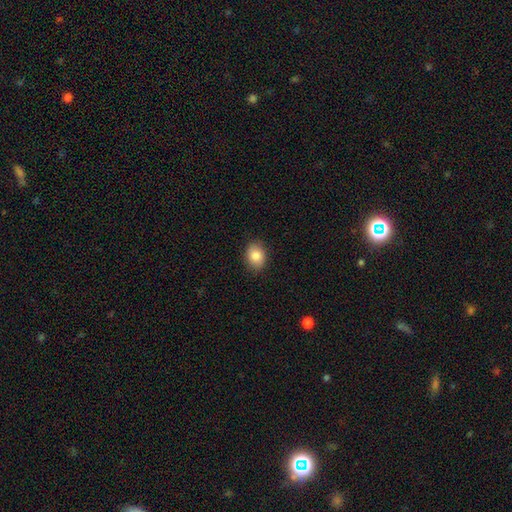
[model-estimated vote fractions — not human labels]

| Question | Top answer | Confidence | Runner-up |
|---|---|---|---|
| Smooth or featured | smooth | 85% | star or artifact (8%) |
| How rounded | in between | 65% | round (34%) |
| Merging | none | 88% | minor disturbance (9%) |